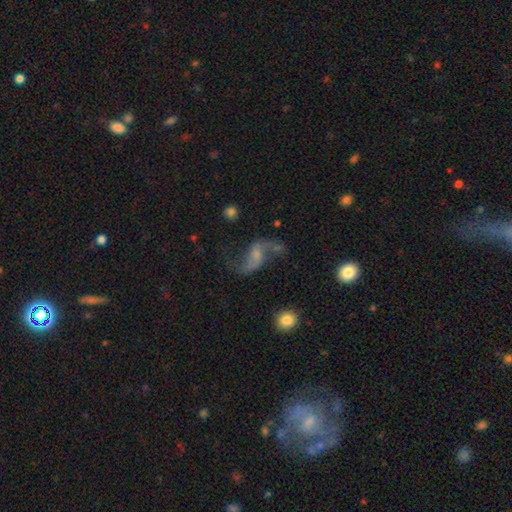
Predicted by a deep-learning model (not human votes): Smooth or featured? featured or disk (80%)
Edge-on disk? no (96%)
Bar? no (44%)
Spiral arms? yes (93%)
Spiral winding? loose (90%)
Spiral arm count? 2 (92%)
Bulge size? small (41%)
Merging? none (57%)